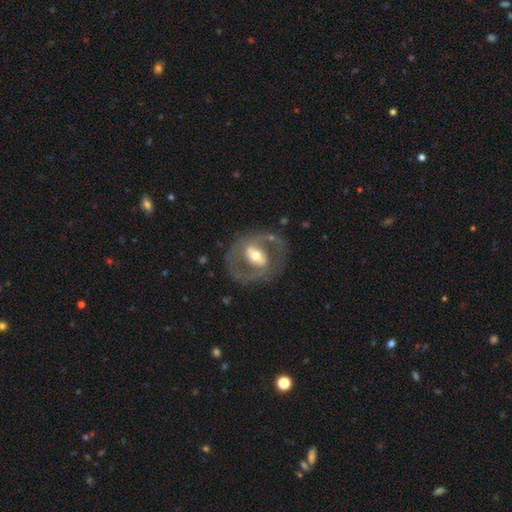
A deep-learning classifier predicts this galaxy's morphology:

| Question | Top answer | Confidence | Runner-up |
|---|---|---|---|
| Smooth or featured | featured or disk | 77% | smooth (18%) |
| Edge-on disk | no | 94% | yes (6%) |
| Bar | strong | 41% | weak (34%) |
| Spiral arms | yes | 59% | no (41%) |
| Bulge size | moderate | 67% | small (18%) |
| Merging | none | 74% | minor disturbance (13%) |